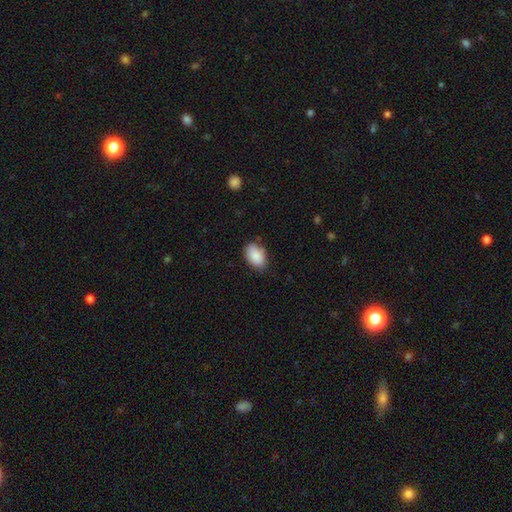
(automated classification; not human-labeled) A smooth galaxy with no disk features (89%) that is in between round and cigar-shaped (91%). Merging: none (77%).